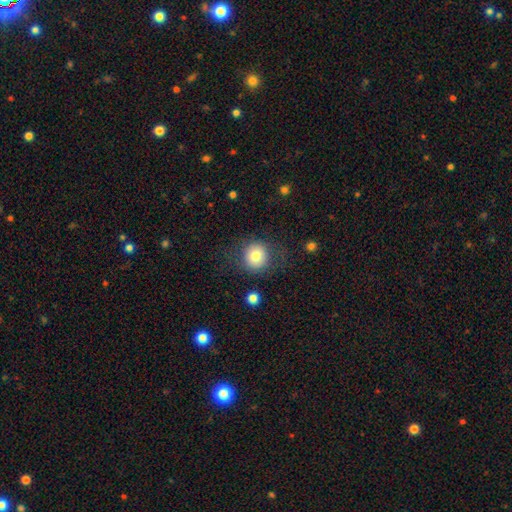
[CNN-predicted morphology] smooth_or_featured: smooth (p=0.78) [alt: featured or disk p=0.11]
how_rounded: round (p=0.89) [alt: in between p=0.10]
merging: none (p=0.79) [alt: minor disturbance p=0.12]